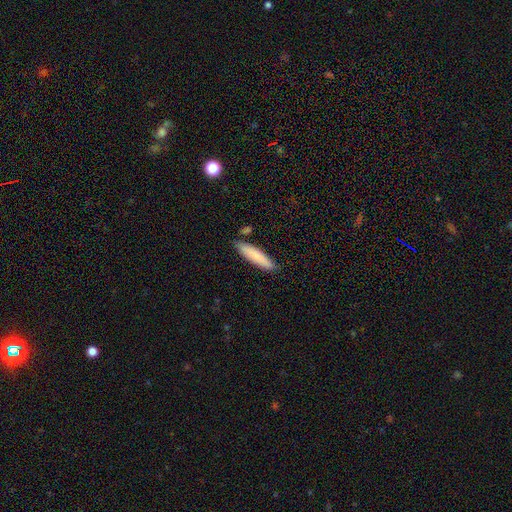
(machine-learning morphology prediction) Smooth or featured: smooth — 81% (featured or disk — 13%)
How rounded: cigar-shaped — 81% (in between — 18%)
Merging: none — 82% (minor disturbance — 12%)